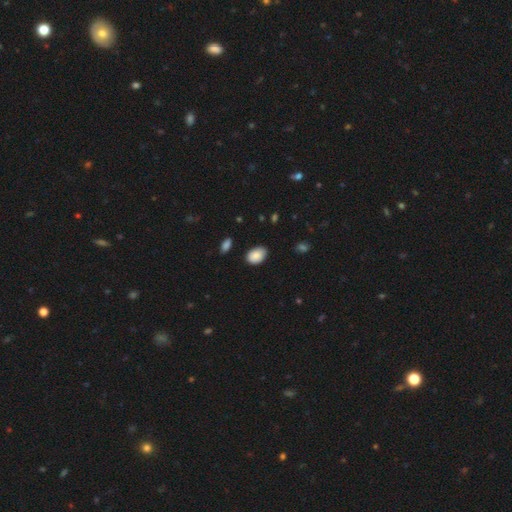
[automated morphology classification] Overall: smooth (87%). How rounded: in between (85%). Merging: none (79%).